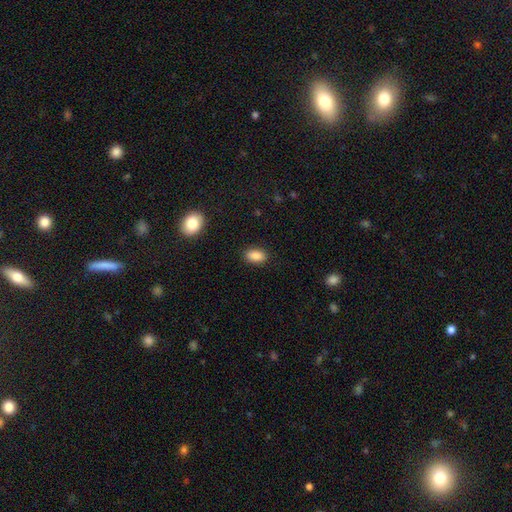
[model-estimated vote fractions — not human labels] This appears to be a smooth galaxy with no disk features (88%) that is in between round and cigar-shaped (90%). Merging: none (88%).